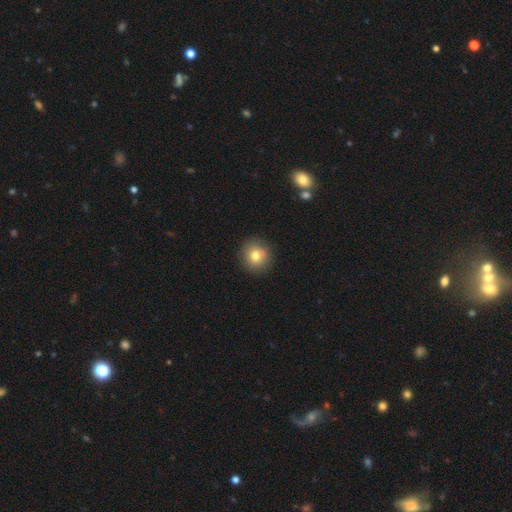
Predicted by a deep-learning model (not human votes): Smooth or featured? Predicted: smooth (p=0.78). How rounded? Predicted: round (p=0.92). Merging? Predicted: none (p=0.91).